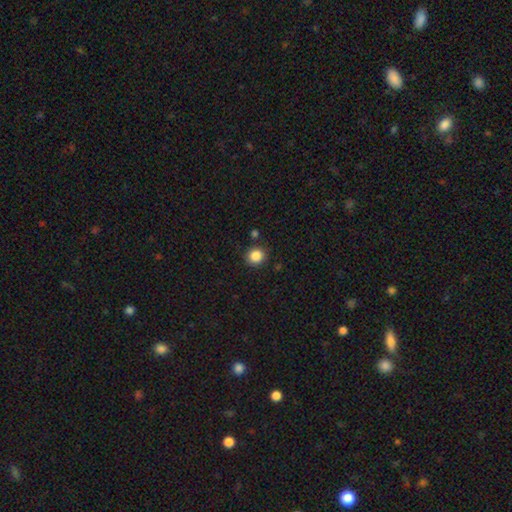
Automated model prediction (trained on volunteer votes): Smooth or featured?
  - smooth: 86% *
  - star or artifact: 10%
  - featured or disk: 3%
How rounded?
  - round: 85% *
  - in between: 14%
  - cigar-shaped: 1%
Merging?
  - none: 86% *
  - minor disturbance: 8%
  - merger: 3%
  - major disturbance: 2%